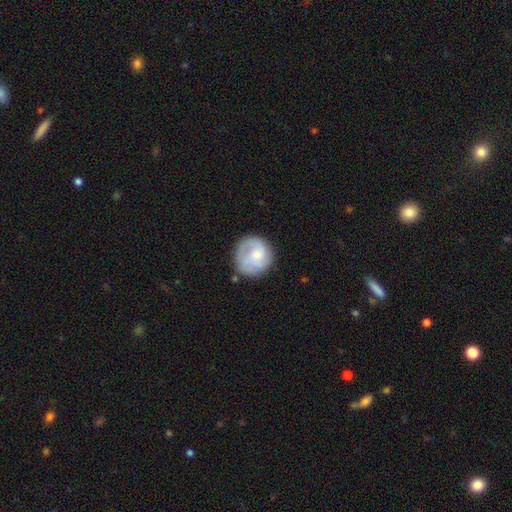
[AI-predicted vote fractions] Smooth or featured: featured or disk — 47% (smooth — 46%)
Merging: none — 69% (minor disturbance — 19%)